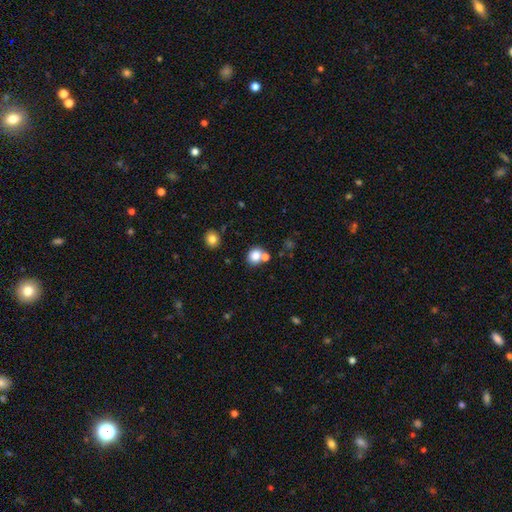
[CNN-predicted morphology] Smooth or featured? smooth (80%)
How rounded? round (77%)
Merging? none (59%)